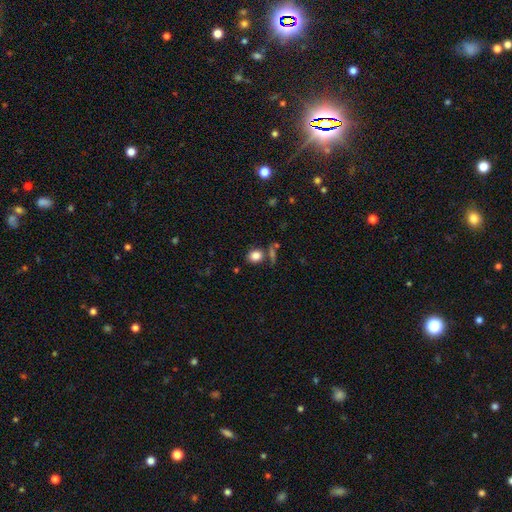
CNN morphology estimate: Q: Smooth or featured?
A: smooth (84%); runner-up: star or artifact (10%)
Q: How rounded?
A: round (57%); runner-up: in between (41%)
Q: Merging?
A: none (70%); runner-up: minor disturbance (13%)